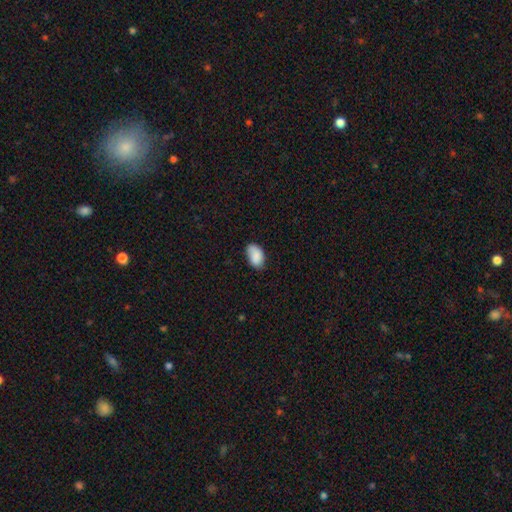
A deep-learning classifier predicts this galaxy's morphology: Smooth or featured? Predicted: smooth (p=0.85). How rounded? Predicted: in between (p=0.90). Merging? Predicted: none (p=0.67).